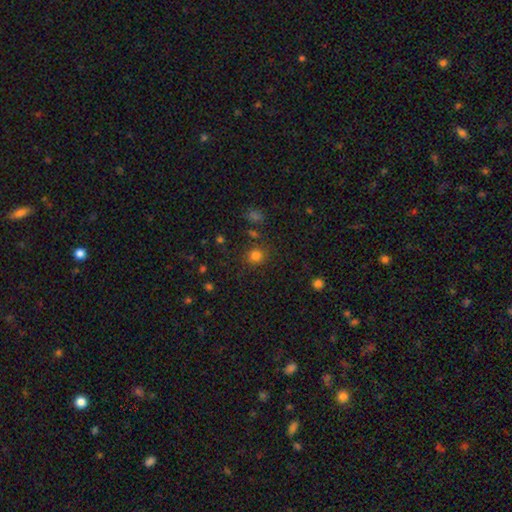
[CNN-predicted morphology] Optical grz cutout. It shows a smooth galaxy with no disk features (79%) that is round (85%). Merging: none (81%).